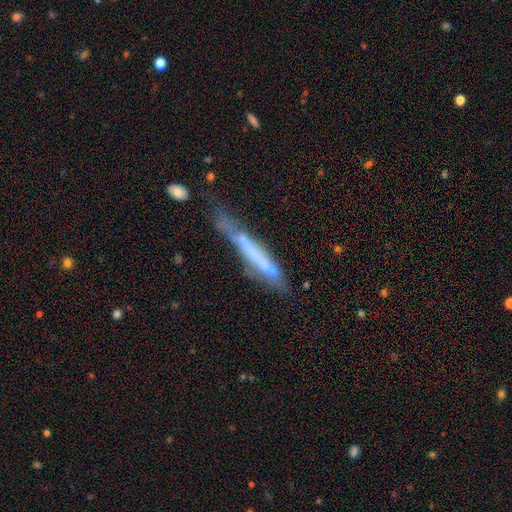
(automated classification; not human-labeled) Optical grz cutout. It shows a featured or disk galaxy (54%) viewed edge-on (79%). Merging: none (48%).